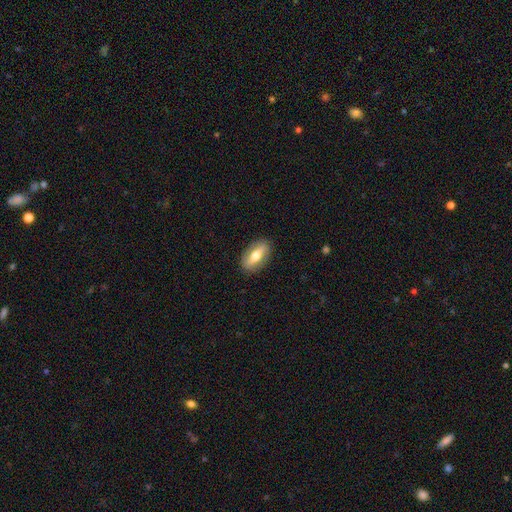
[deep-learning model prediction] smooth_or_featured: smooth (p=0.54) [alt: featured or disk p=0.40]
how_rounded: in between (p=0.81) [alt: cigar-shaped p=0.14]
merging: none (p=0.87) [alt: minor disturbance p=0.09]